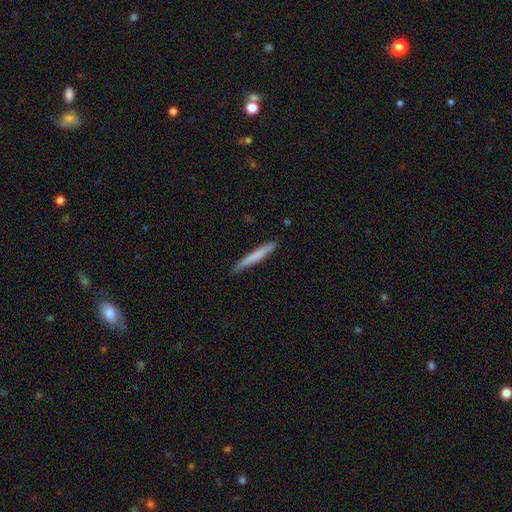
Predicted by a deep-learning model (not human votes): smooth 72%, featured or disk 23%, star or artifact 5%. Down the decision tree: how rounded — cigar-shaped (96%); merging — none (85%).